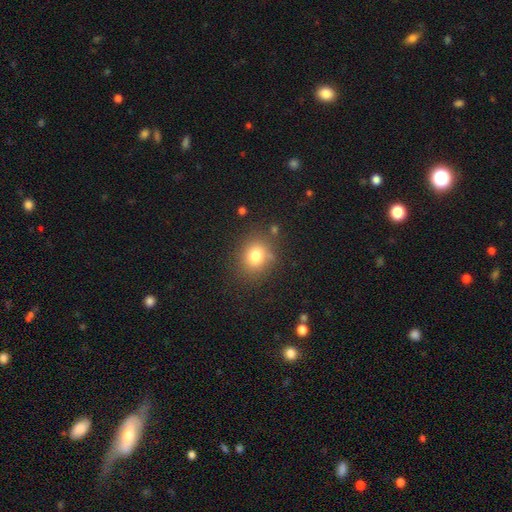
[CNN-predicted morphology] smooth-or-featured: smooth: 78% | star or artifact: 13% | featured or disk: 9%
  how-rounded: round: 67% | in between: 32% | cigar-shaped: 1%
  merging: none: 77% | minor disturbance: 13% | merger: 5% | major disturbance: 5%